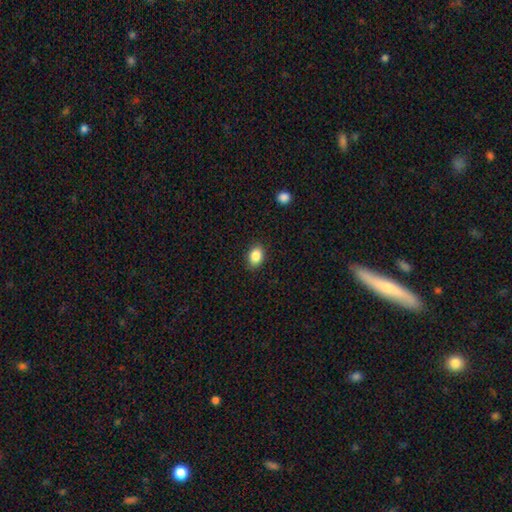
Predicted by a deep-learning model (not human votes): Smooth or featured? Predicted: smooth (p=0.86). How rounded? Predicted: in between (p=0.74). Merging? Predicted: none (p=0.88).